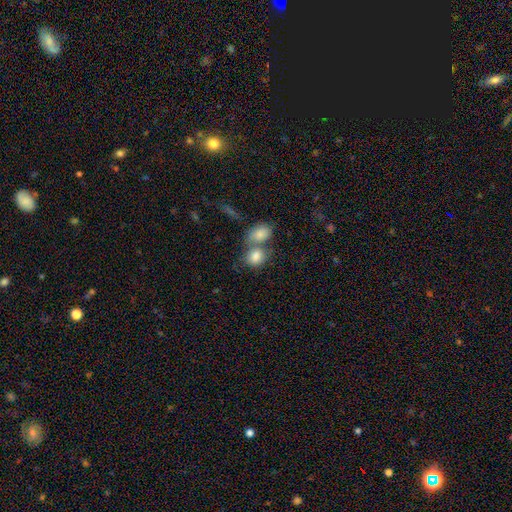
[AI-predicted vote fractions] Smooth or featured: smooth — 82% (featured or disk — 10%)
How rounded: in between — 57% (round — 41%)
Merging: merger — 59% (none — 29%)